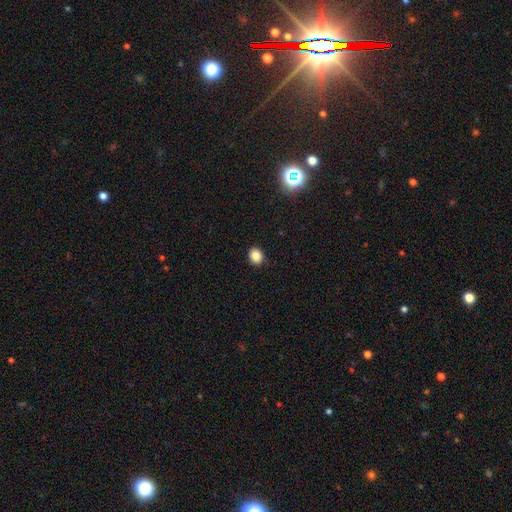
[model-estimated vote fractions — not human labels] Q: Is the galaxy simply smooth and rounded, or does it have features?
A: smooth — 85%.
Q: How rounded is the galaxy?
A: round — 60%.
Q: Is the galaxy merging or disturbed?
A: none — 90%.